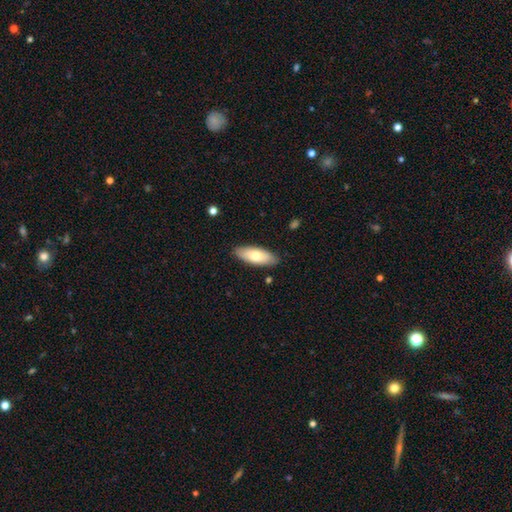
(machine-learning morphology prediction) The model was most divided on "smooth or featured": smooth: 72%, featured or disk: 23%, star or artifact: 6%. More confident: merging — none (86%); how rounded — in between (78%).